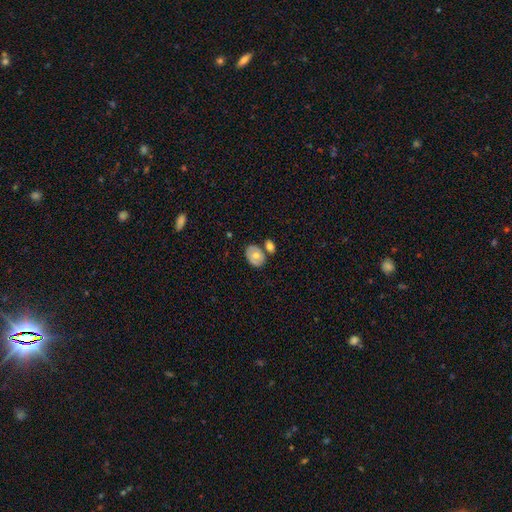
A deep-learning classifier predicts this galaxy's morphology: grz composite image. It shows a smooth galaxy with no disk features (59%) that is in between round and cigar-shaped (71%). Merging: none (56%).